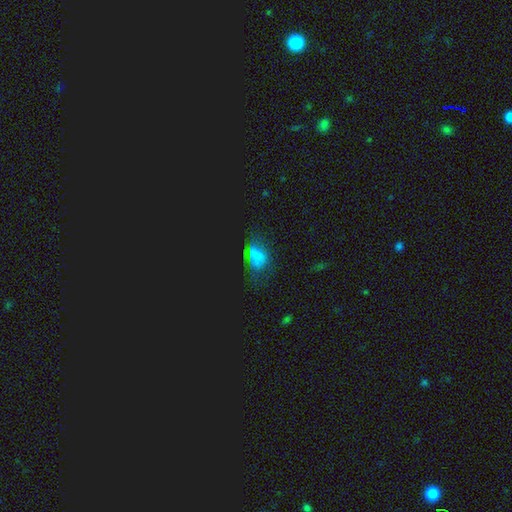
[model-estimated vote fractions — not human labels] A smooth galaxy with no disk features (45%). Merging: none (57%).